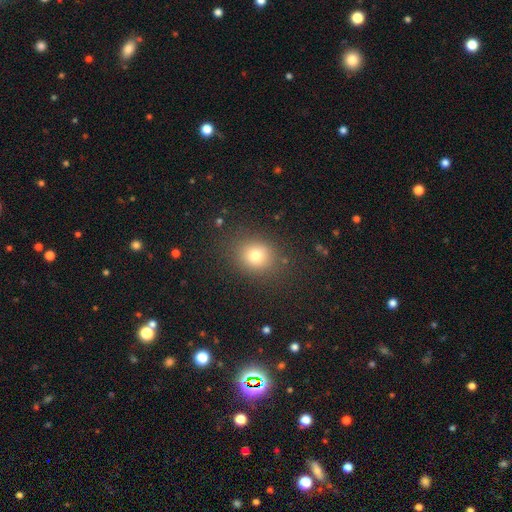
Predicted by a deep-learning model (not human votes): Smooth or featured? Predicted: smooth (p=0.76). How rounded? Predicted: round (p=0.73). Merging? Predicted: none (p=0.84).